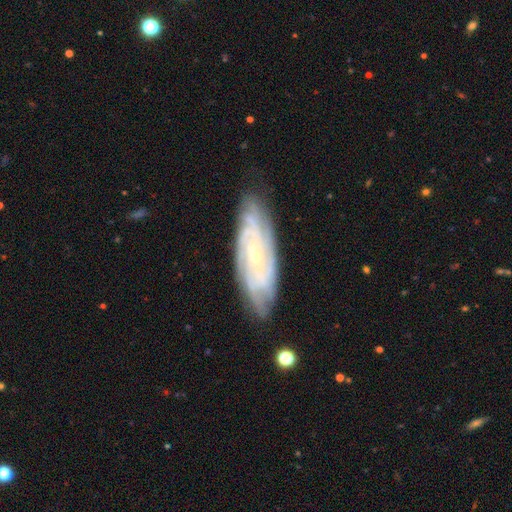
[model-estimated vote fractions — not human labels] Morphology: type=featured or disk (83%); edge-on=no (87%); bar=no (60%); spiral arms=yes (96%); winding=tight (72%); arm count=can't tell (33%); bulge=small (81%); merging=none (80%).